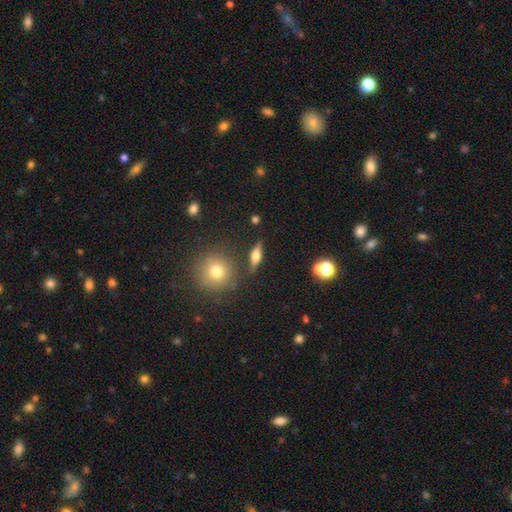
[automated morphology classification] This is possibly a featured or disk galaxy (46%). Merging: clearly none (82%).